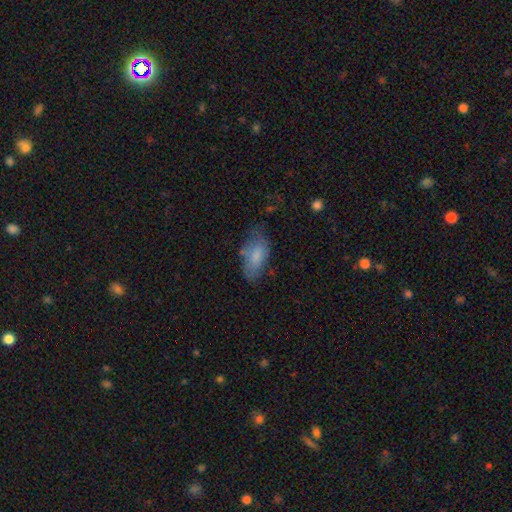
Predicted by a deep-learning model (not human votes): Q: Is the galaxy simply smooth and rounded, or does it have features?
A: smooth — 77%.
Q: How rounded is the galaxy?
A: in between — 91%.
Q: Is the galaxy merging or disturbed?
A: none — 56%.